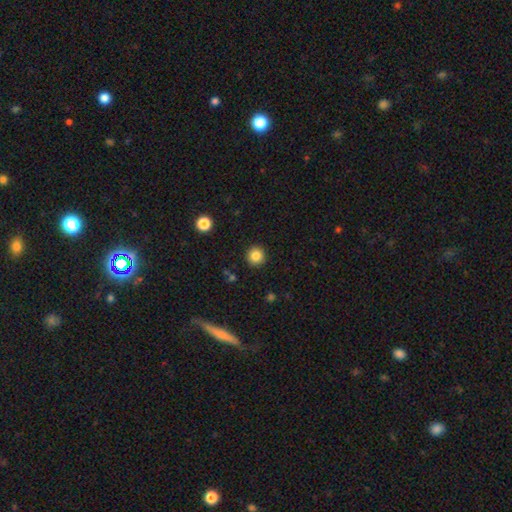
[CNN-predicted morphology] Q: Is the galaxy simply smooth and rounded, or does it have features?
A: smooth — 84%.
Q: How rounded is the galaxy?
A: round — 94%.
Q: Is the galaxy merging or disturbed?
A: none — 92%.